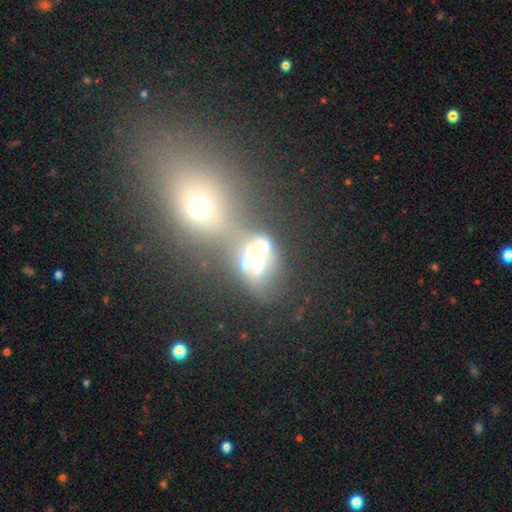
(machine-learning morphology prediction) The model was most divided on "smooth or featured": featured or disk: 43%, smooth: 31%, star or artifact: 26%. Remaining: merging — merger (48%).